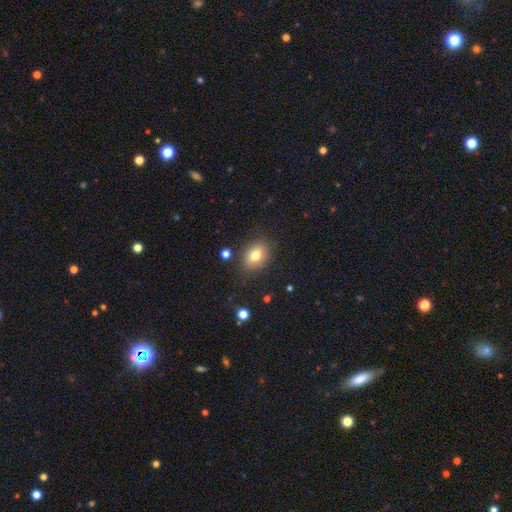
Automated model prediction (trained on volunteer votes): smooth-or-featured: smooth: 75% | featured or disk: 14% | star or artifact: 11%
  how-rounded: in between: 73% | round: 25% | cigar-shaped: 2%
  merging: none: 83% | minor disturbance: 11% | major disturbance: 3% | merger: 2%